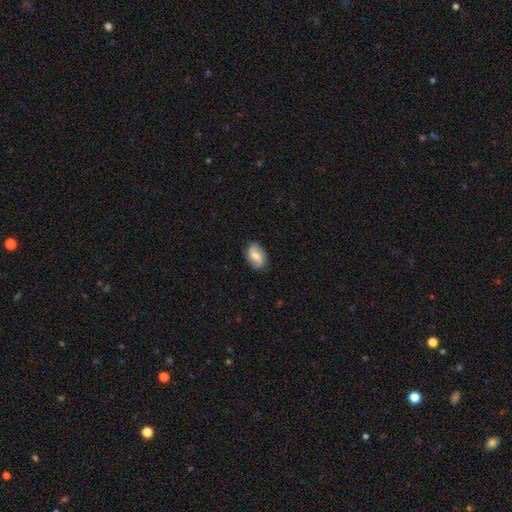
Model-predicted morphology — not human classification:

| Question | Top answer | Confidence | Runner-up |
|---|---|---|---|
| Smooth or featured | featured or disk | 61% | smooth (32%) |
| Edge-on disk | no | 97% | yes (3%) |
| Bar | weak | 50% | no (30%) |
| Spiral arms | yes | 91% | no (9%) |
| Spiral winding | loose | 48% | medium (35%) |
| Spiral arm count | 2 | 88% | can't tell (6%) |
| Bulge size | moderate | 52% | small (30%) |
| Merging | none | 82% | minor disturbance (13%) |